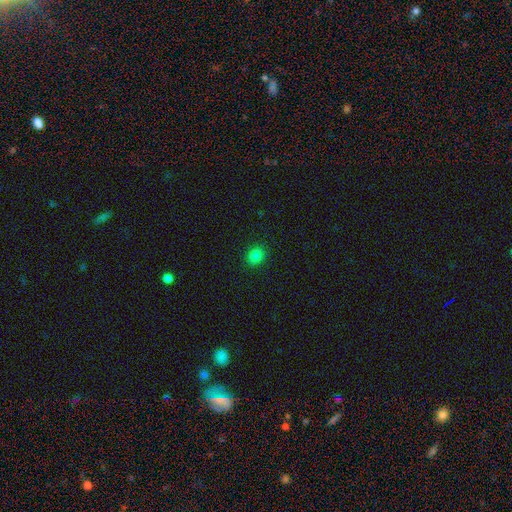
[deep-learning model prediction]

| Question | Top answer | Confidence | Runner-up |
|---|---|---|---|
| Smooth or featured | smooth | 83% | star or artifact (13%) |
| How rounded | round | 53% | in between (46%) |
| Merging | none | 90% | minor disturbance (7%) |